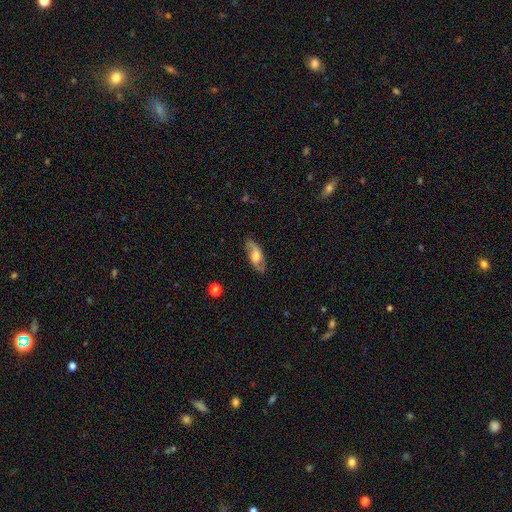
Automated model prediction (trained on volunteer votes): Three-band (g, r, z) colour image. It shows a featured or disk galaxy (68%) with no bar (53%), 2 (90%) loose (52%) spiral arms (90%) and a moderate central bulge (47%). Merging: none (82%).